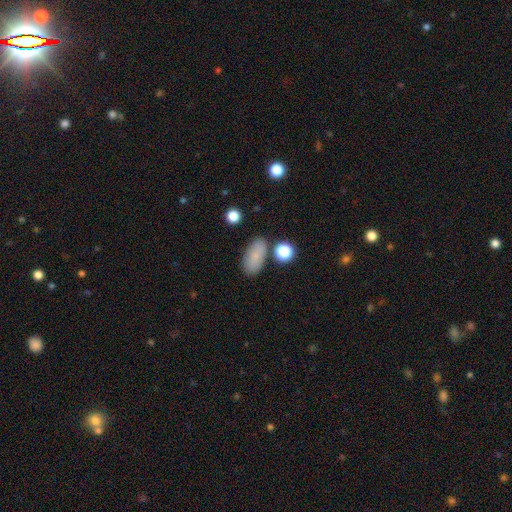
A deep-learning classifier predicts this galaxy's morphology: The model was most divided on "merging": none: 76%, minor disturbance: 14%, merger: 6%, major disturbance: 4%. More confident: how rounded — in between (91%); smooth or featured — smooth (82%).